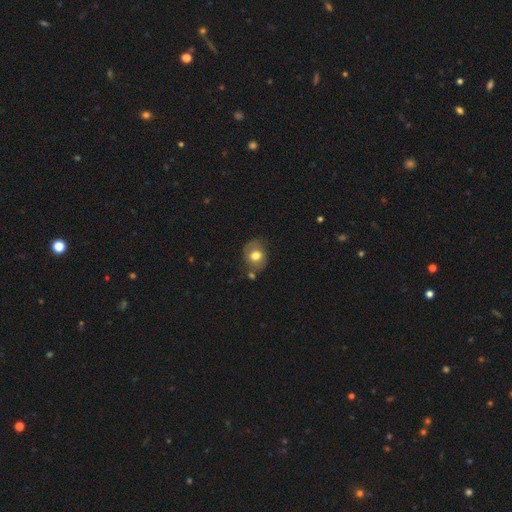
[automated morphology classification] Smooth or featured? Predicted: smooth (p=0.70). How rounded? Predicted: round (p=0.57). Merging? Predicted: none (p=0.65).